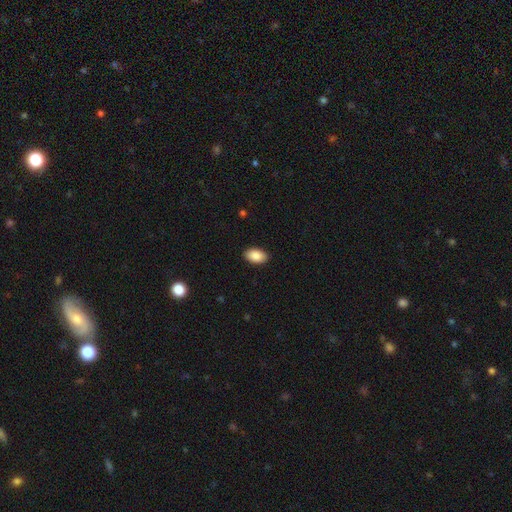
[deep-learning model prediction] Smooth or featured? Predicted: smooth (p=0.89). How rounded? Predicted: in between (p=0.93). Merging? Predicted: none (p=0.89).